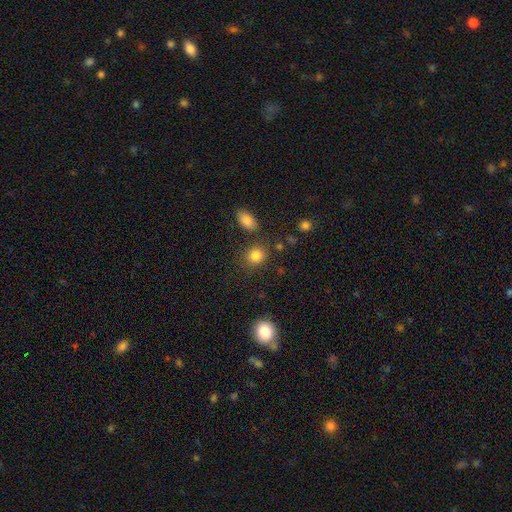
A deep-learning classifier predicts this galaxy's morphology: A smooth galaxy with no disk features (84%) that is round (67%).

Vote fractions:
- Smooth or featured? smooth: 84% / star or artifact: 11% / featured or disk: 5%
- How rounded? round: 67% / in between: 32% / cigar-shaped: 1%
- Merging? none: 77% / minor disturbance: 12% / merger: 6% / major disturbance: 4%